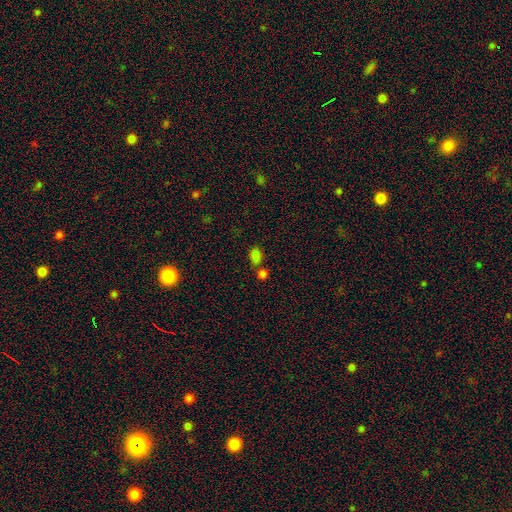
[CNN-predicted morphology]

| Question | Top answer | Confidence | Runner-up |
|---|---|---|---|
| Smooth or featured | smooth | 79% | star or artifact (16%) |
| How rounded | in between | 75% | round (23%) |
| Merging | none | 56% | merger (27%) |